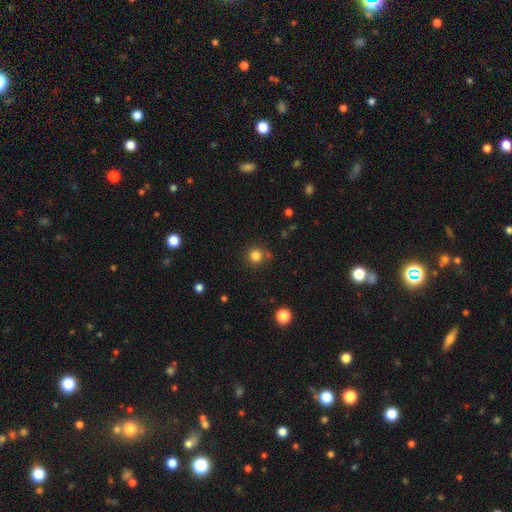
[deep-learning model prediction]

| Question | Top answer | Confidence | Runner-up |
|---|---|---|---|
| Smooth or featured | smooth | 82% | star or artifact (13%) |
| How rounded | round | 93% | in between (6%) |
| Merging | none | 80% | minor disturbance (11%) |